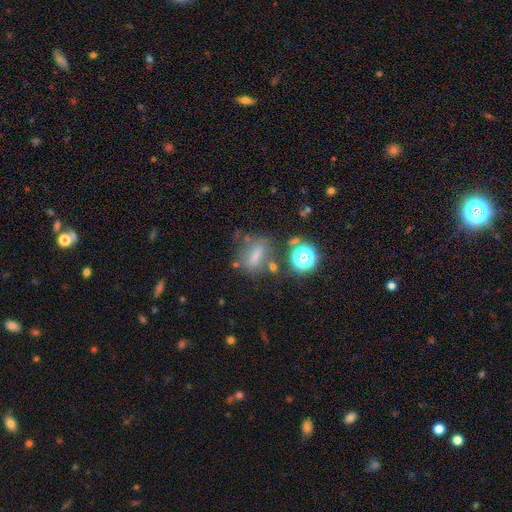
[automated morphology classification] Q: Smooth or featured?
A: smooth (59%); runner-up: star or artifact (22%)
Q: How rounded?
A: in between (53%); runner-up: round (24%)
Q: Merging?
A: none (59%); runner-up: minor disturbance (19%)